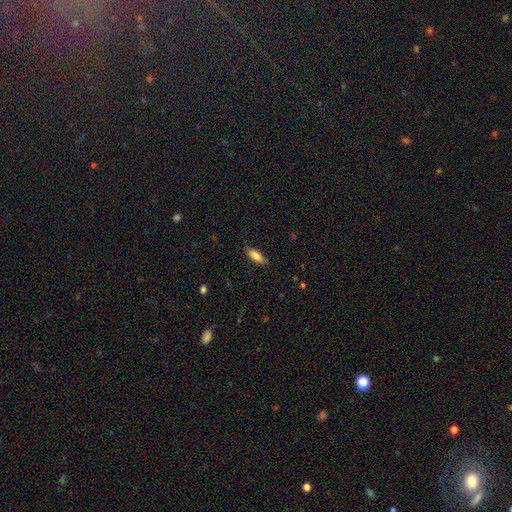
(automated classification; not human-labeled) Smooth or featured? smooth (78%)
How rounded? in between (64%)
Merging? none (80%)